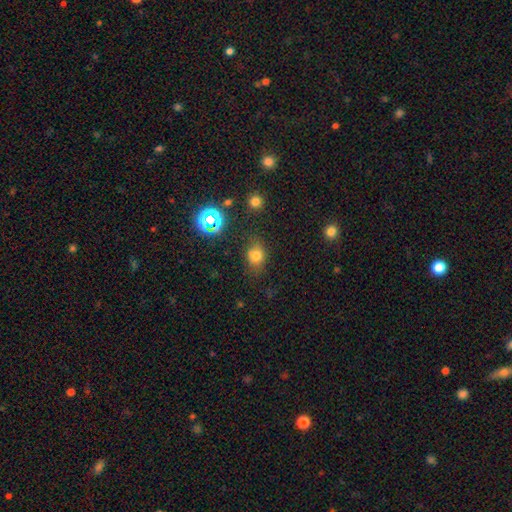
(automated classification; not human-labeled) Morphology: type=smooth (72%); roundness=in between (51%); merging=none (71%).